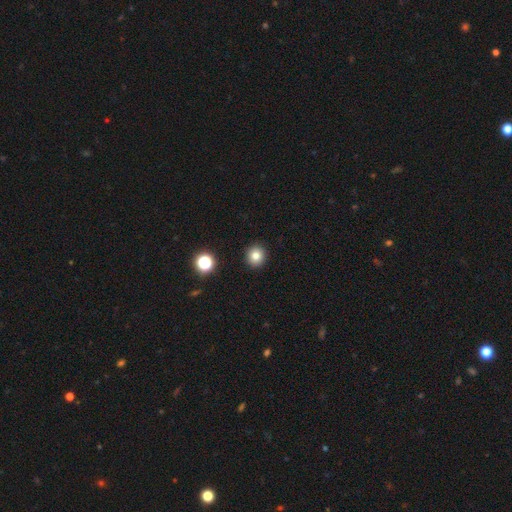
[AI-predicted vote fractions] Overall: smooth (80%). How rounded: round (91%). Merging: none (92%).